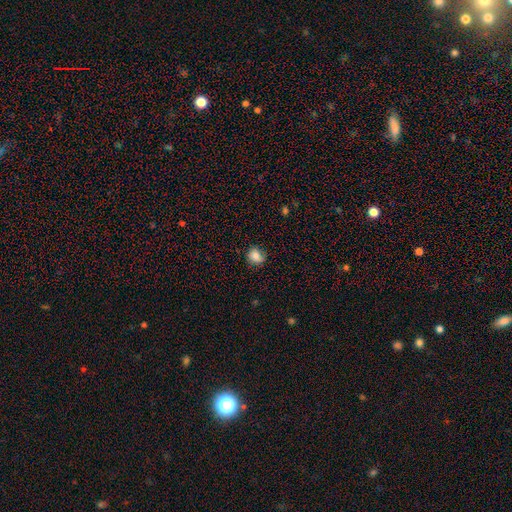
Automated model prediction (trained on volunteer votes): Smooth or featured?
  - smooth: 78% *
  - featured or disk: 12%
  - star or artifact: 10%
How rounded?
  - round: 78% *
  - in between: 21%
  - cigar-shaped: 1%
Merging?
  - none: 75% *
  - minor disturbance: 19%
  - major disturbance: 4%
  - merger: 1%